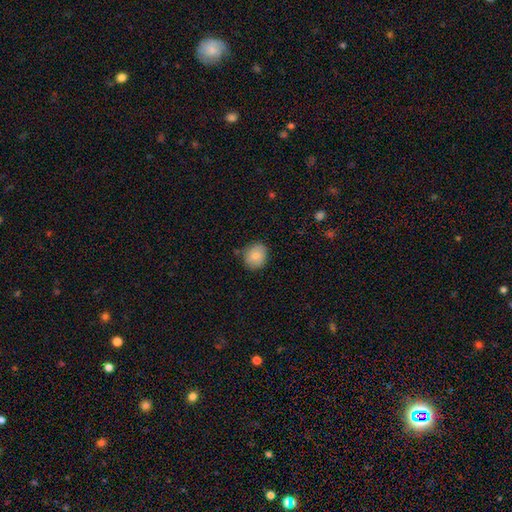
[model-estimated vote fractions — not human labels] smooth-or-featured: smooth: 84% | featured or disk: 9% | star or artifact: 8%
  how-rounded: round: 72% | in between: 27% | cigar-shaped: 1%
  merging: none: 81% | minor disturbance: 14% | major disturbance: 3% | merger: 2%